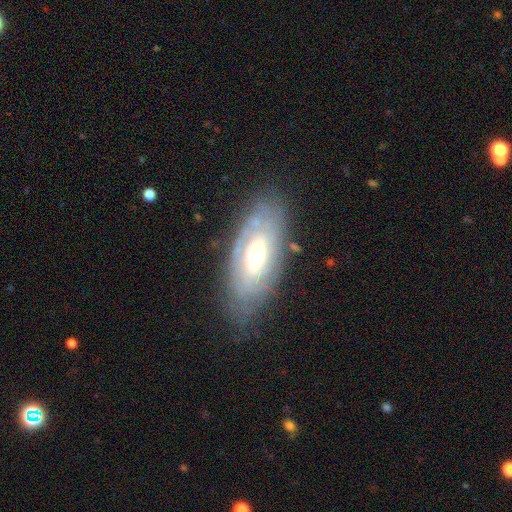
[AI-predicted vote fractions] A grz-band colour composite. It shows a featured or disk galaxy (62%) with no bar (57%), spiral arms (52%) and a moderate central bulge (60%). Merging: none (69%).